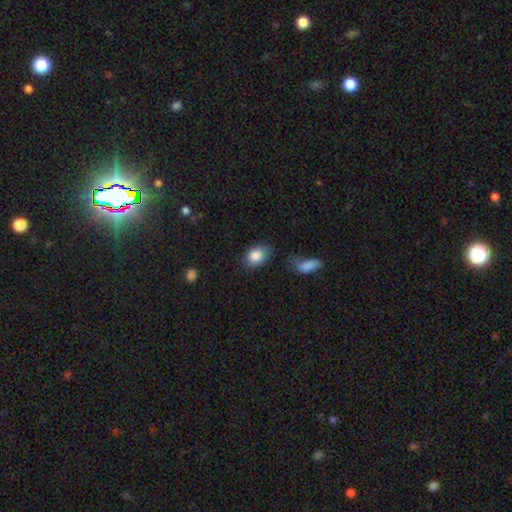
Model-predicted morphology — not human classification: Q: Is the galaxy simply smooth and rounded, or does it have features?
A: smooth — 86%.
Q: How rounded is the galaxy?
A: in between — 72%.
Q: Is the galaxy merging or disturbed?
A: none — 69%.